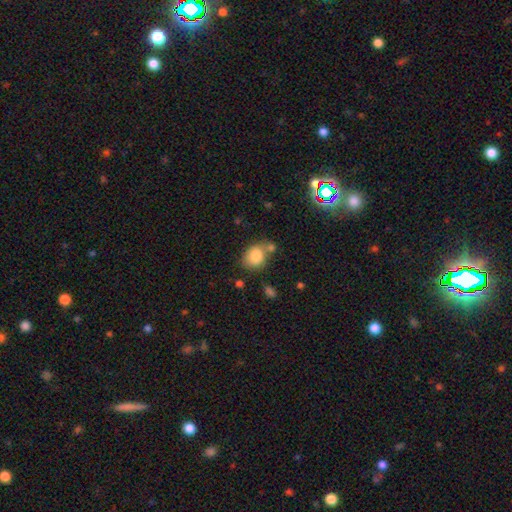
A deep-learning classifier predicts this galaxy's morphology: Smooth or featured: smooth — 83% (star or artifact — 9%)
How rounded: round — 50% (in between — 48%)
Merging: none — 58% (merger — 19%)